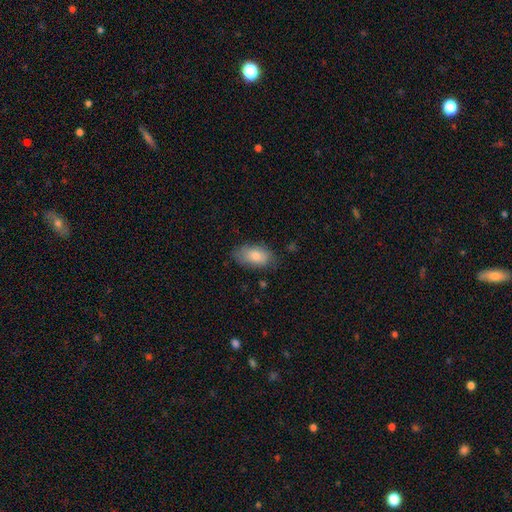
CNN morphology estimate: type=smooth (82%); roundness=in between (93%); merging=none (75%).